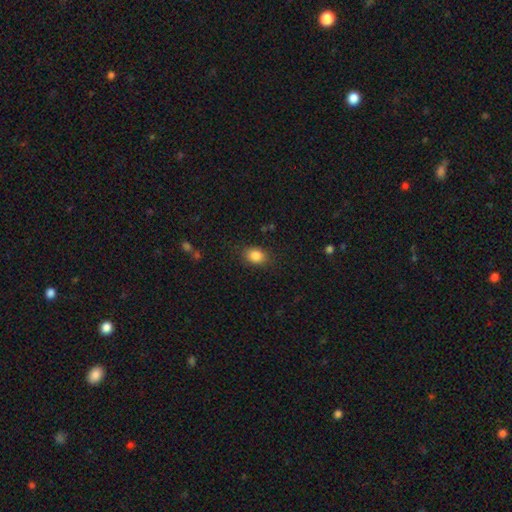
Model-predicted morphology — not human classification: The model was most divided on "how rounded": in between: 66%, round: 33%, cigar-shaped: 1%. More confident: smooth or featured — smooth (86%); merging — none (83%).